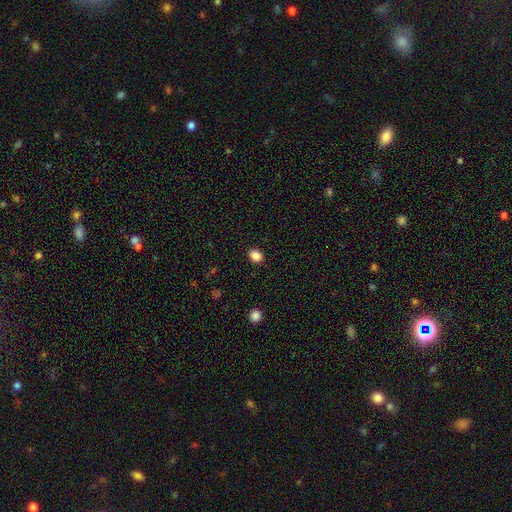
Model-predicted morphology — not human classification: smooth_or_featured: smooth (p=0.86) [alt: star or artifact p=0.10]
how_rounded: in between (p=0.54) [alt: round p=0.46]
merging: none (p=0.90) [alt: minor disturbance p=0.07]